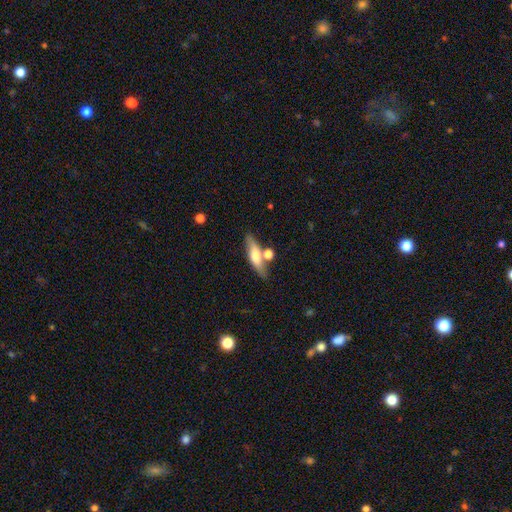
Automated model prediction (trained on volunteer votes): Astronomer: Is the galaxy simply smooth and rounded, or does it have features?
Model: smooth — 56% (runner-up: featured or disk, 37%).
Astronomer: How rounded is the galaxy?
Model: cigar-shaped — 60% (runner-up: in between, 36%).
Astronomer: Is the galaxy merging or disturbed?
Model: none — 66%.